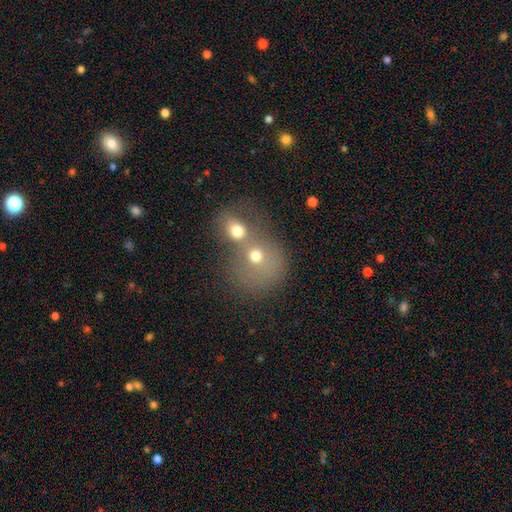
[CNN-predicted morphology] Smooth or featured? Predicted: smooth (p=0.57). How rounded? Predicted: round (p=0.71). Merging? Predicted: merger (p=0.71).